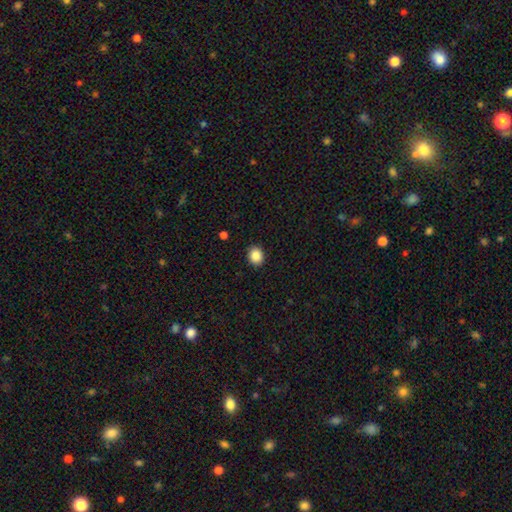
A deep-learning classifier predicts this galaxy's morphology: Q: Smooth or featured?
A: smooth (87%); runner-up: star or artifact (9%)
Q: How rounded?
A: round (65%); runner-up: in between (34%)
Q: Merging?
A: none (91%); runner-up: minor disturbance (6%)